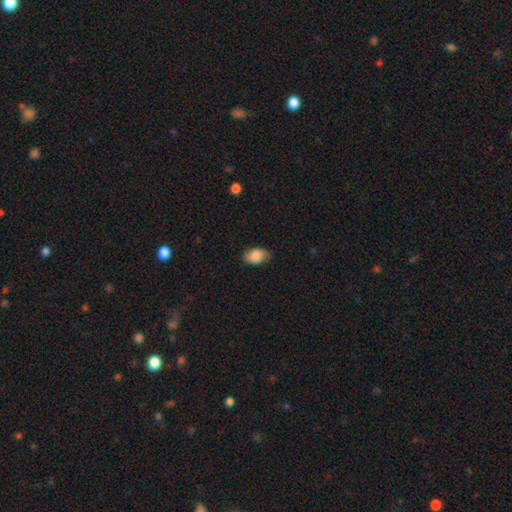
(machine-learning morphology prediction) smooth 81%, featured or disk 12%, star or artifact 8%. Down the decision tree: how rounded — in between (85%); merging — none (75%).